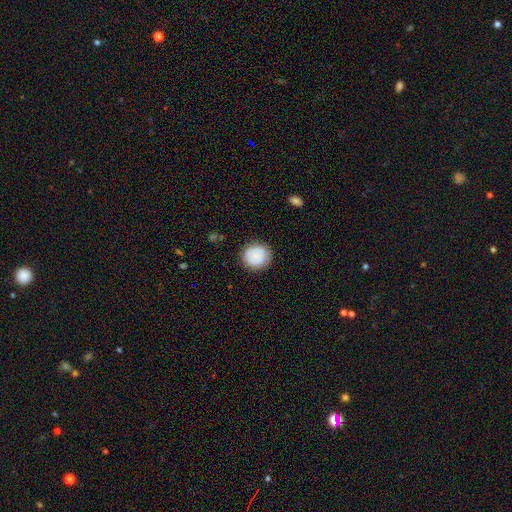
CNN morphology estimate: smooth-or-featured: smooth: 78% | featured or disk: 14% | star or artifact: 8%
  how-rounded: round: 88% | in between: 11% | cigar-shaped: 1%
  merging: none: 86% | minor disturbance: 10% | major disturbance: 3% | merger: 1%